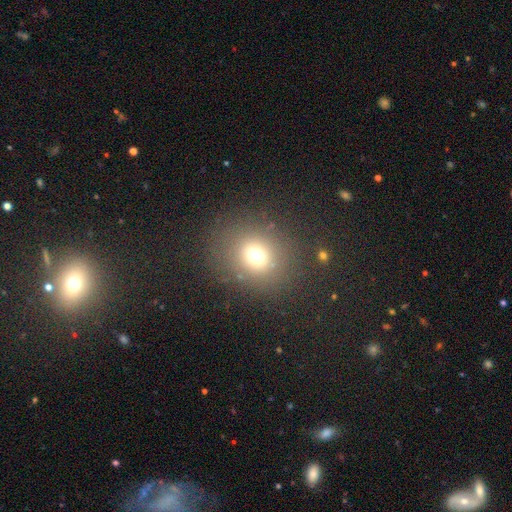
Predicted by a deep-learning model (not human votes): Morphology: type=smooth (70%); roundness=round (75%); merging=none (81%).